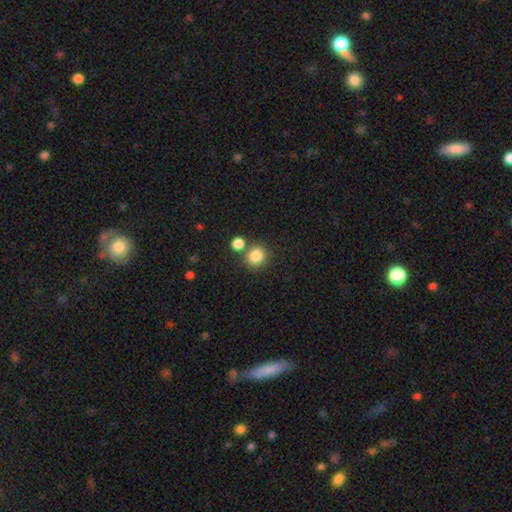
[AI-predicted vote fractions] Smooth or featured? Predicted: smooth (p=0.84). How rounded? Predicted: round (p=0.88). Merging? Predicted: none (p=0.69).